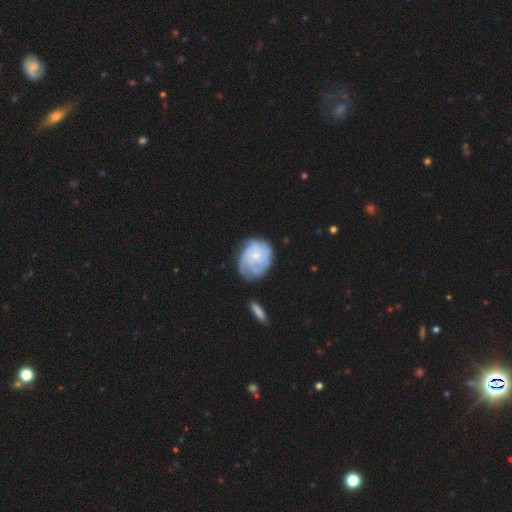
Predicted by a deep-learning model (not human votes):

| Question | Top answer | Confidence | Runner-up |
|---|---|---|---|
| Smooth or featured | featured or disk | 68% | smooth (26%) |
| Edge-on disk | no | 98% | yes (2%) |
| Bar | no | 75% | weak (23%) |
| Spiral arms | yes | 89% | no (11%) |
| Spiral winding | tight | 59% | medium (31%) |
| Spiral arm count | can't tell | 39% | 3 (22%) |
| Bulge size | small | 60% | moderate (29%) |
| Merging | none | 60% | minor disturbance (25%) |